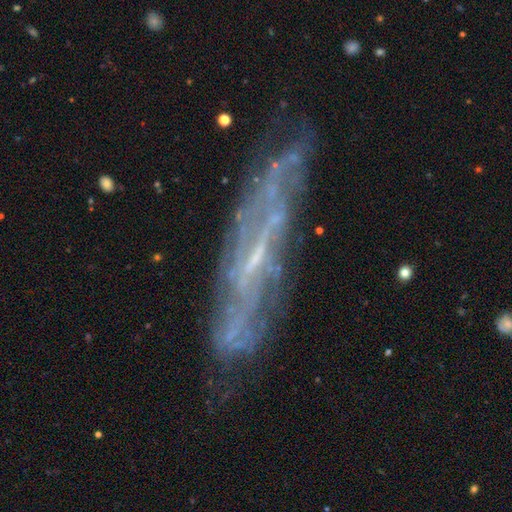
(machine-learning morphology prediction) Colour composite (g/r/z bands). It shows a featured or disk galaxy (78%). Merging: none (65%).